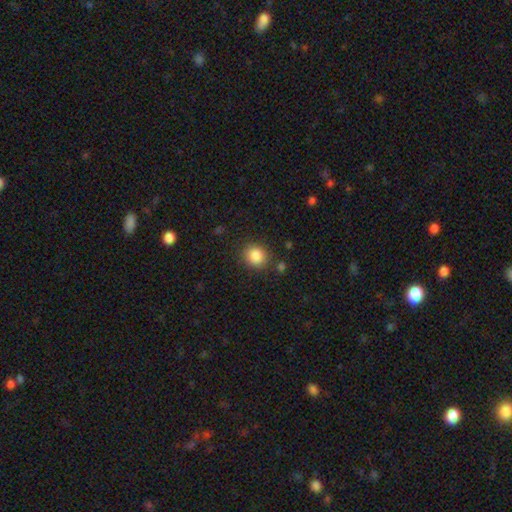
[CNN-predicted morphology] This is clearly a smooth galaxy (86%). How rounded: clearly round (83%). Merging: clearly none (85%).